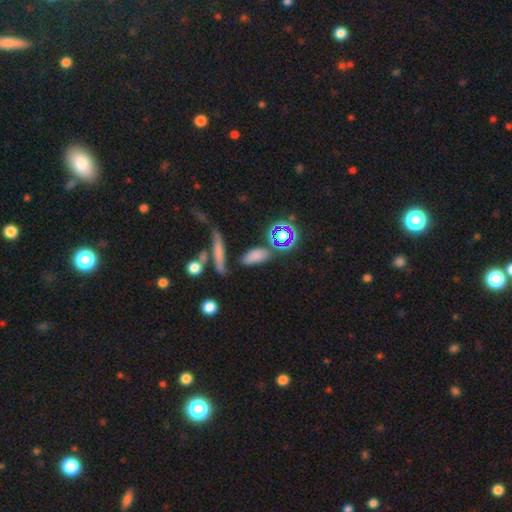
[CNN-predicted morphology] type=smooth (75%); roundness=in between (75%); merging=none (71%).